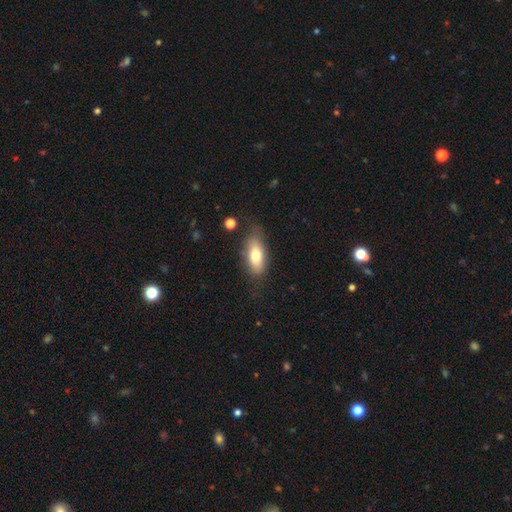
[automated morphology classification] type=smooth (75%); roundness=in between (81%); merging=none (73%).